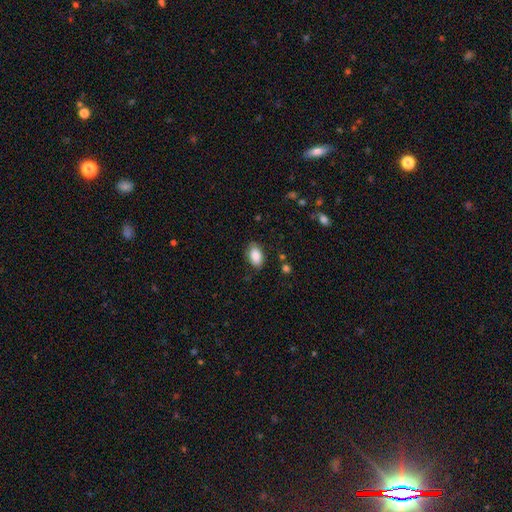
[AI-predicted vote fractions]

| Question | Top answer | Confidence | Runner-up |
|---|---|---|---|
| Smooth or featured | smooth | 87% | star or artifact (7%) |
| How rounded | in between | 91% | round (7%) |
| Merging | none | 81% | minor disturbance (14%) |